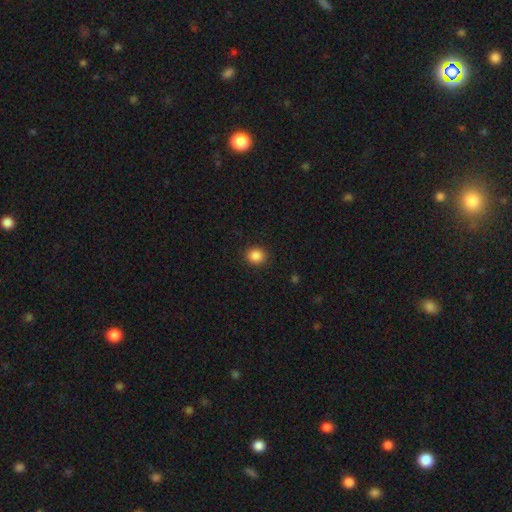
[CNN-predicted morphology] Smooth or featured?
  - smooth: 87% *
  - star or artifact: 10%
  - featured or disk: 3%
How rounded?
  - round: 76% *
  - in between: 23%
  - cigar-shaped: 1%
Merging?
  - none: 90% *
  - minor disturbance: 6%
  - major disturbance: 2%
  - merger: 1%